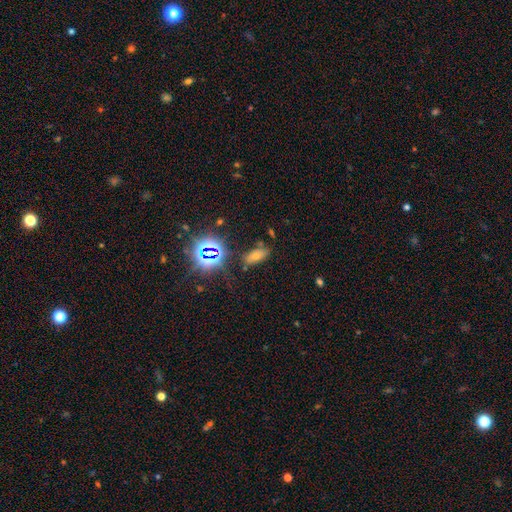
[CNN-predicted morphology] Overall: smooth (55%; star or artifact 29%). How rounded: in between (83%). Merging: none (74%).